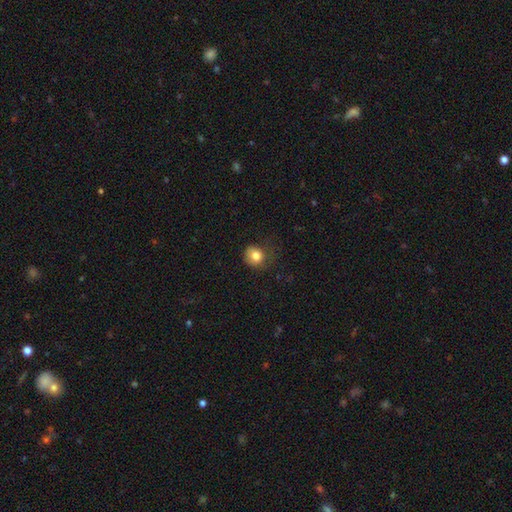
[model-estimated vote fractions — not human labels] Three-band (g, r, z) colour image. It shows a smooth galaxy with no disk features (81%) that is round (78%). Merging: none (60%).